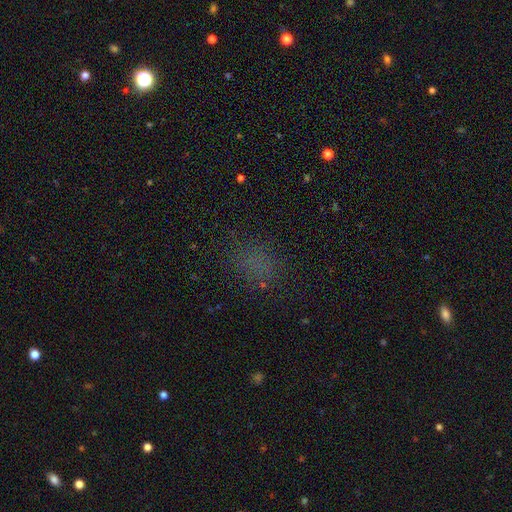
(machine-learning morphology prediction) Overall: smooth (62%; star or artifact 30%). How rounded: round (51%; in between 46%). Merging: none (78%).